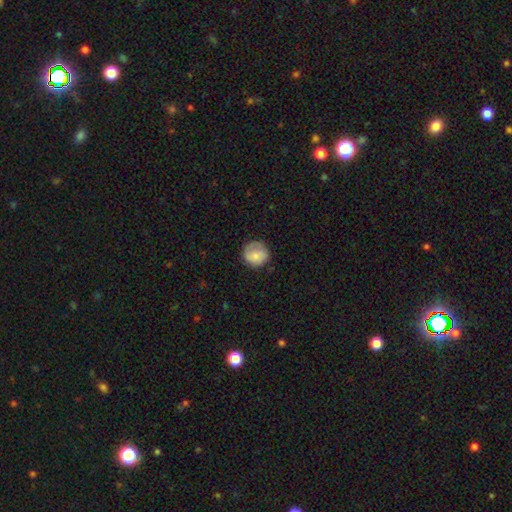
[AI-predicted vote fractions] Overall: smooth (78%). How rounded: round (88%). Merging: none (74%).